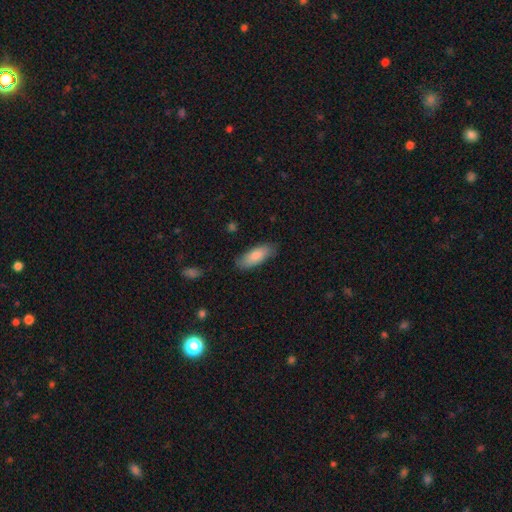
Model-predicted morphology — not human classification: A smooth galaxy with no disk features (83%) that is in between round and cigar-shaped (74%). Merging: none (81%).